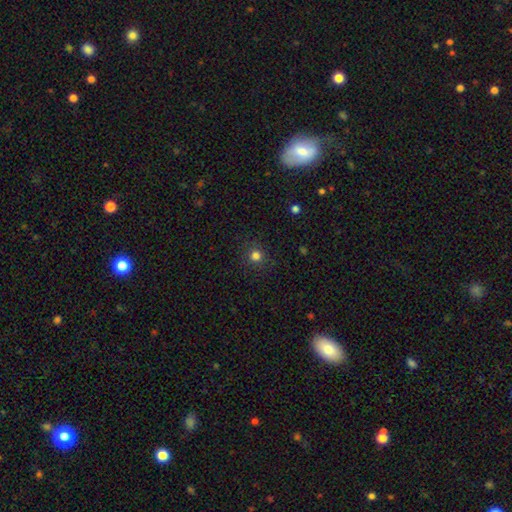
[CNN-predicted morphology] smooth_or_featured: smooth (p=0.80) [alt: star or artifact p=0.14]
how_rounded: round (p=0.92) [alt: in between p=0.07]
merging: none (p=0.88) [alt: minor disturbance p=0.08]